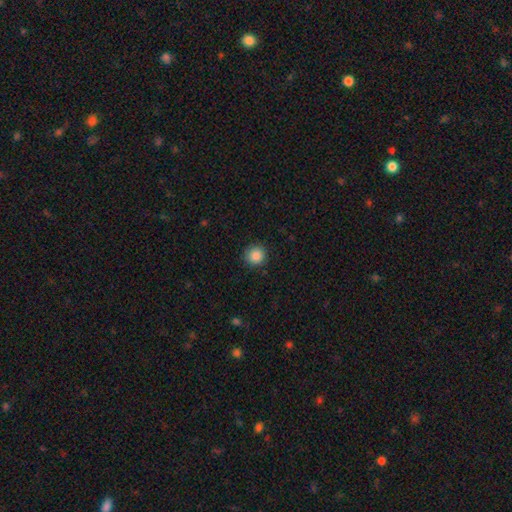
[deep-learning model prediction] A smooth galaxy with no disk features (87%) that is round (92%).

Vote fractions:
- Smooth or featured? smooth: 87% / star or artifact: 10% / featured or disk: 3%
- How rounded? round: 92% / in between: 7% / cigar-shaped: 1%
- Merging? none: 89% / minor disturbance: 8% / major disturbance: 2% / merger: 1%